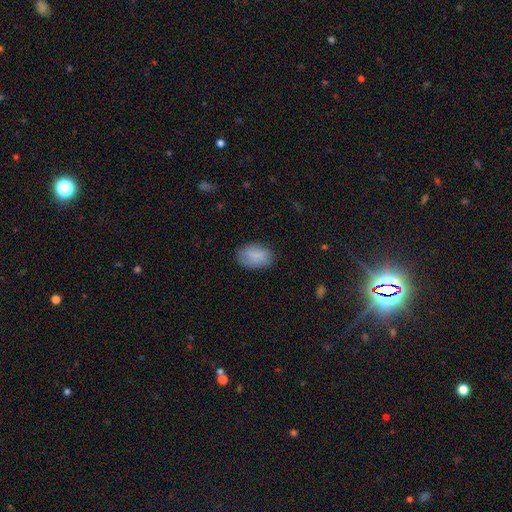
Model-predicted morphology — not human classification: This is clearly a smooth galaxy (83%). How rounded: clearly in between (87%). Merging: likely none (78%).